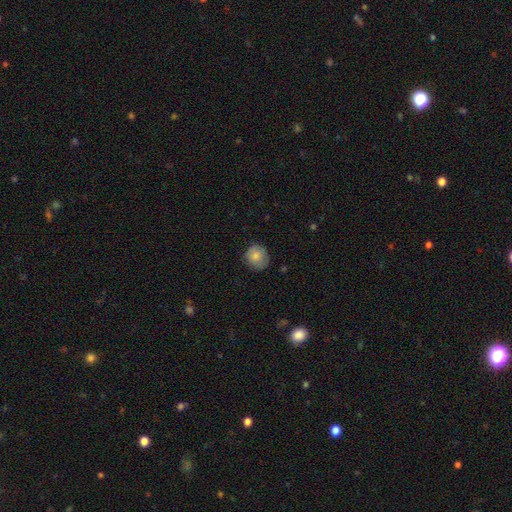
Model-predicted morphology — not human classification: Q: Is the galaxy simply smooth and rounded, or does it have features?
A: smooth — 80%.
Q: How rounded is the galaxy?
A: round — 86%.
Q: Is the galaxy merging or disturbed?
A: none — 77%.